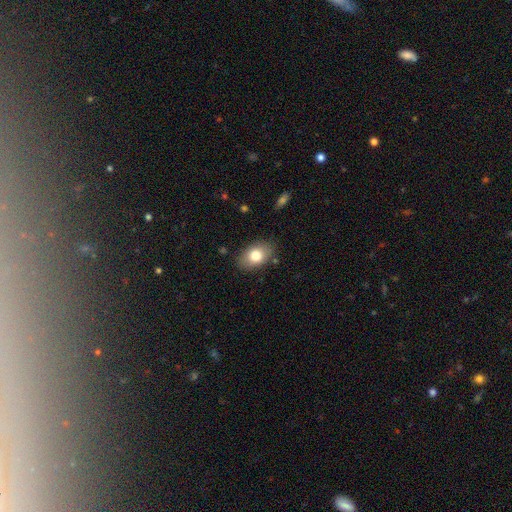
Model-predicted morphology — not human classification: smooth 79%, featured or disk 14%, star or artifact 8%. Down the decision tree: how rounded — in between (84%); merging — none (83%).